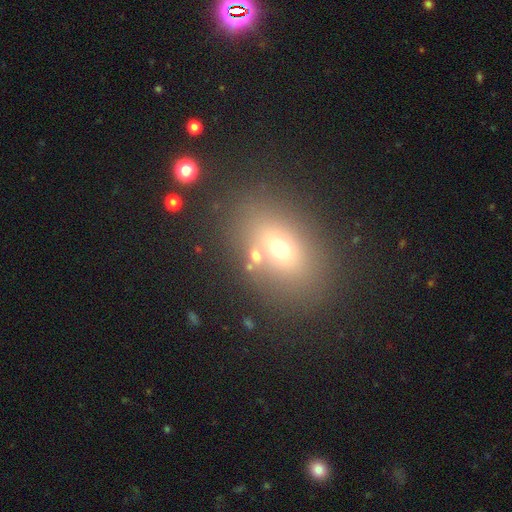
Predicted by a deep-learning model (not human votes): Q: Smooth or featured?
A: smooth (63%); runner-up: star or artifact (20%)
Q: How rounded?
A: in between (63%); runner-up: round (34%)
Q: Merging?
A: none (69%); runner-up: merger (13%)